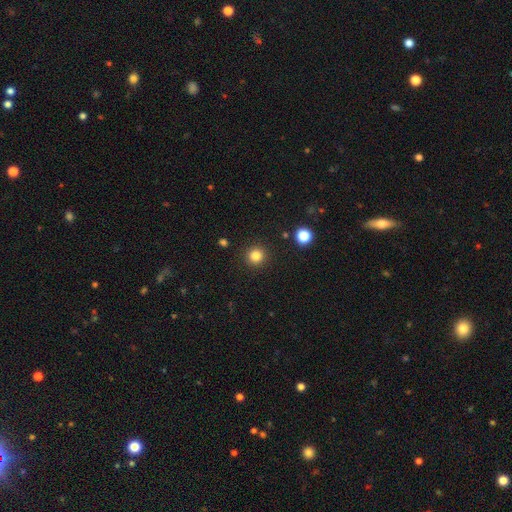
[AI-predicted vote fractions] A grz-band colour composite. It shows a smooth galaxy with no disk features (83%) that is round (94%). Merging: none (92%).